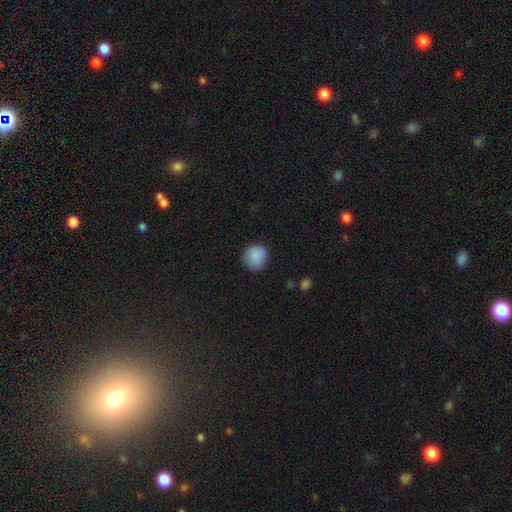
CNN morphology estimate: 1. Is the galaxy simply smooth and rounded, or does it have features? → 88% smooth, 8% star or artifact, 4% featured or disk.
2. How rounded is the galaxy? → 90% round, 9% in between, 1% cigar-shaped.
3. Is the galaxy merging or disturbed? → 83% none, 14% minor disturbance, 3% major disturbance, 1% merger.